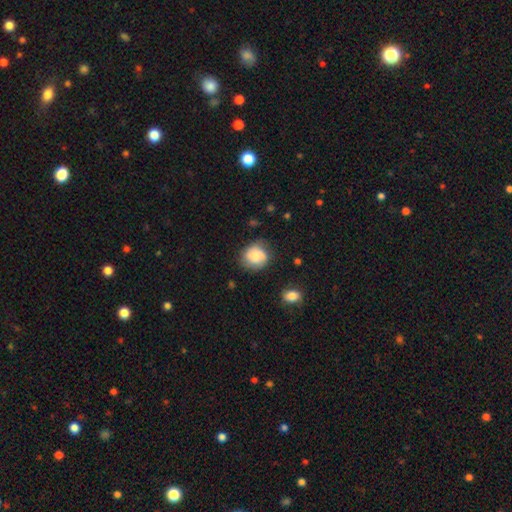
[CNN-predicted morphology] This is likely a smooth galaxy (74%). How rounded: likely round (78%). Merging: likely none (67%).